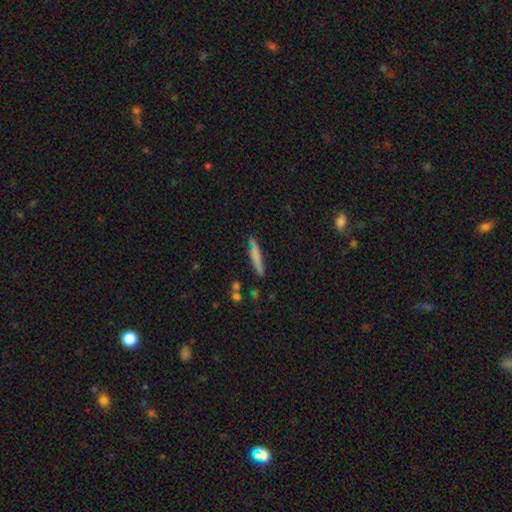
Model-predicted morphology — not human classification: type=smooth (65%); roundness=cigar-shaped (92%); merging=none (75%).